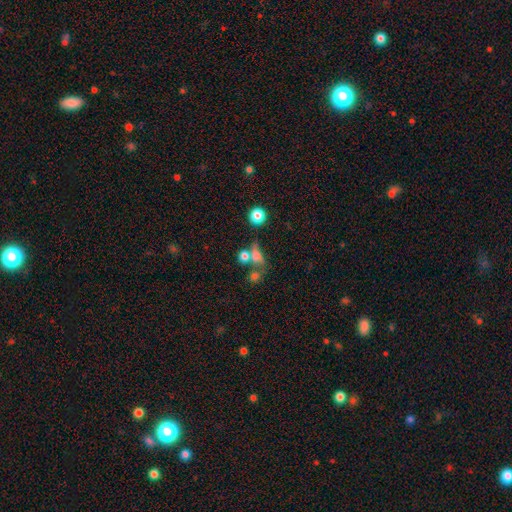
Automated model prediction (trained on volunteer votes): Smooth or featured?
  - smooth: 64% *
  - star or artifact: 19%
  - featured or disk: 17%
How rounded?
  - in between: 49% *
  - round: 42%
  - cigar-shaped: 9%
Merging?
  - merger: 36% *
  - none: 35%
  - major disturbance: 15%
  - minor disturbance: 14%